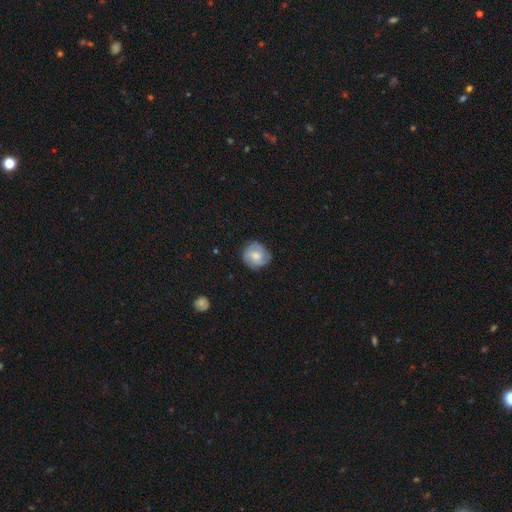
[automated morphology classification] type=featured or disk (52%); edge-on=no (97%); bar=no (64%); spiral arms=yes (87%); bulge=moderate (59%); merging=none (77%).